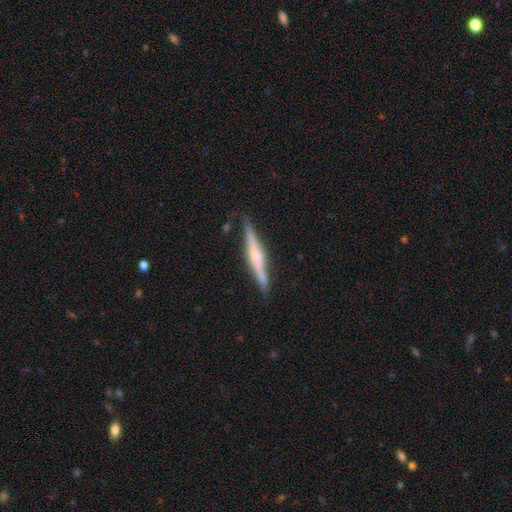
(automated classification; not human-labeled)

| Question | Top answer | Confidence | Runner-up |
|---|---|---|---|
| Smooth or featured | featured or disk | 71% | smooth (23%) |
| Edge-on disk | yes | 98% | no (2%) |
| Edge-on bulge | rounded | 59% | boxy (24%) |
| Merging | none | 86% | minor disturbance (10%) |